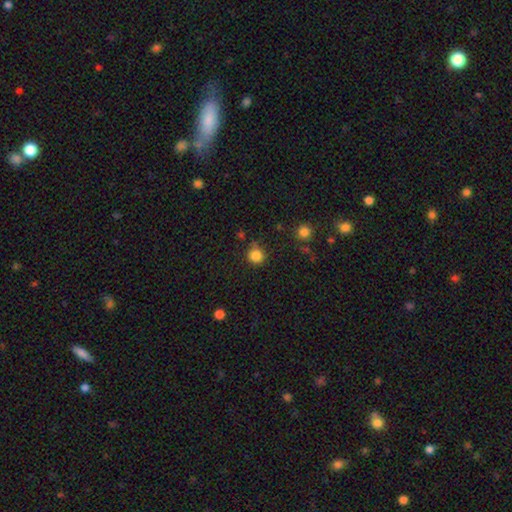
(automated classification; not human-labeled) Morphology: type=smooth (83%); roundness=round (90%); merging=none (75%).